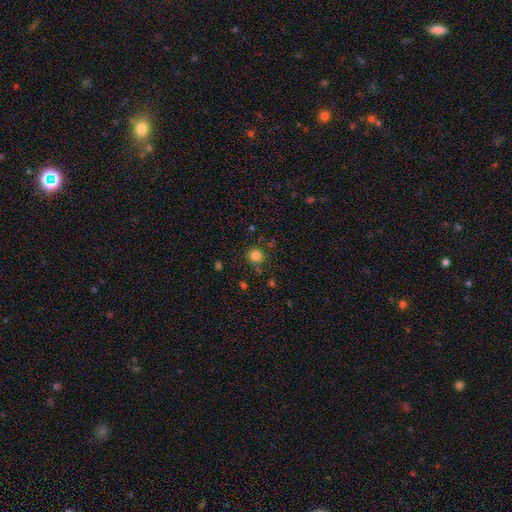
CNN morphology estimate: This is clearly a smooth galaxy (82%). How rounded: clearly round (91%). Merging: clearly none (81%).